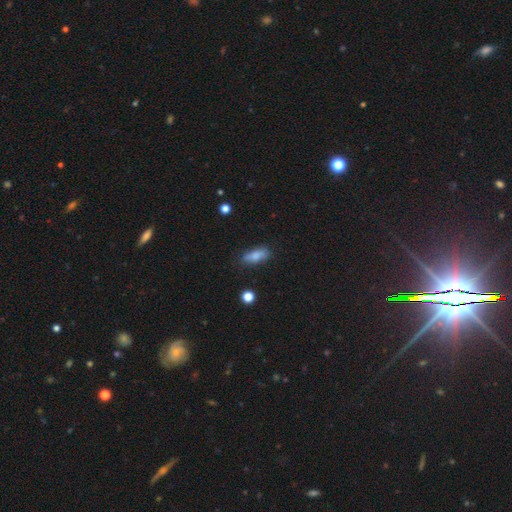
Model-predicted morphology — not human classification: Smooth or featured? Predicted: smooth (p=0.78). How rounded? Predicted: in between (p=0.67). Merging? Predicted: none (p=0.75).